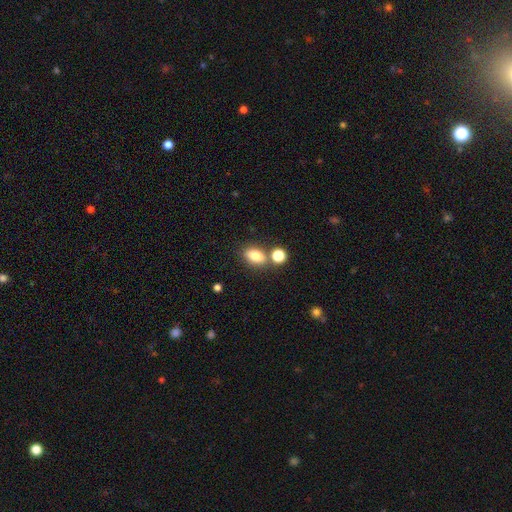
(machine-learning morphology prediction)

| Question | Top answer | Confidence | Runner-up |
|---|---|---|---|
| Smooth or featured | smooth | 80% | star or artifact (11%) |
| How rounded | in between | 80% | round (16%) |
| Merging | none | 67% | merger (18%) |